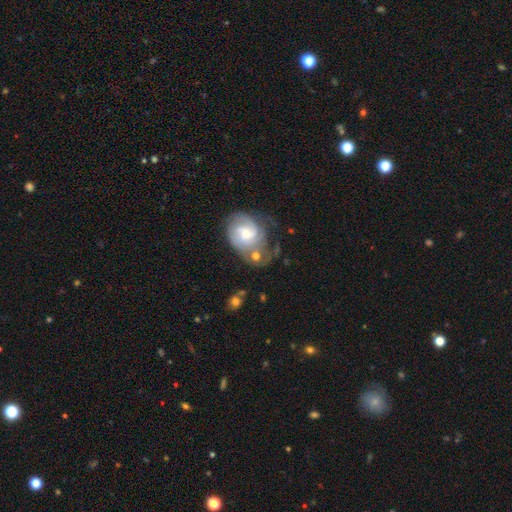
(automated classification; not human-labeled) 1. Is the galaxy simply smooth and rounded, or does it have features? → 57% featured or disk, 34% smooth, 8% star or artifact.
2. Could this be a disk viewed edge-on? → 96% no, 4% yes.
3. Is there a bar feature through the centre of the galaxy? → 56% no, 38% weak, 7% strong.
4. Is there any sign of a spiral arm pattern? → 80% yes, 20% no.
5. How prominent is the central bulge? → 52% moderate, 36% small, 7% large, 3% none, 2% dominant.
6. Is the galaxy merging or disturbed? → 39% none, 27% merger, 19% minor disturbance, 15% major disturbance.